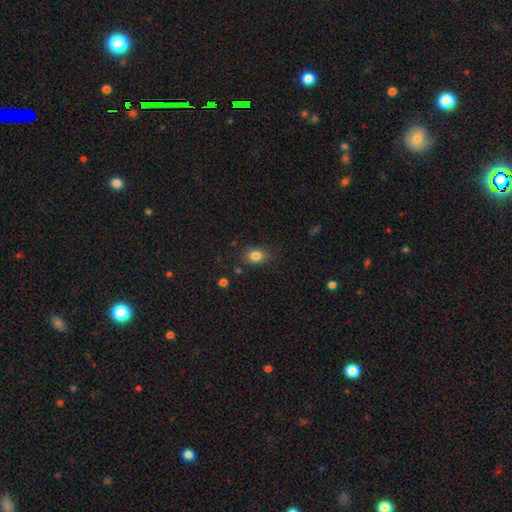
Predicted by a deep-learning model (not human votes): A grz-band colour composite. It shows a smooth galaxy with no disk features (84%) that is in between round and cigar-shaped (61%). Merging: none (79%).